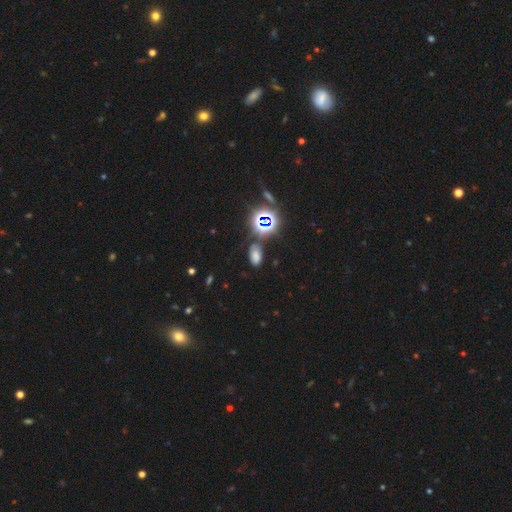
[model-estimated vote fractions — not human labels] smooth-or-featured: smooth: 54% | star or artifact: 37% | featured or disk: 10%
  how-rounded: in between: 89% | round: 9% | cigar-shaped: 2%
  merging: none: 70% | minor disturbance: 18% | major disturbance: 7% | merger: 6%